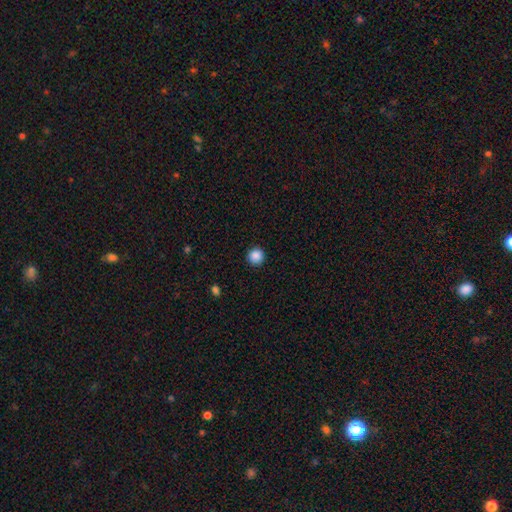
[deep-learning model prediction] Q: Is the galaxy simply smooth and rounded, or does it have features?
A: smooth — 88%.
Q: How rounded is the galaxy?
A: round — 95%.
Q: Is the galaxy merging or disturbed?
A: none — 92%.